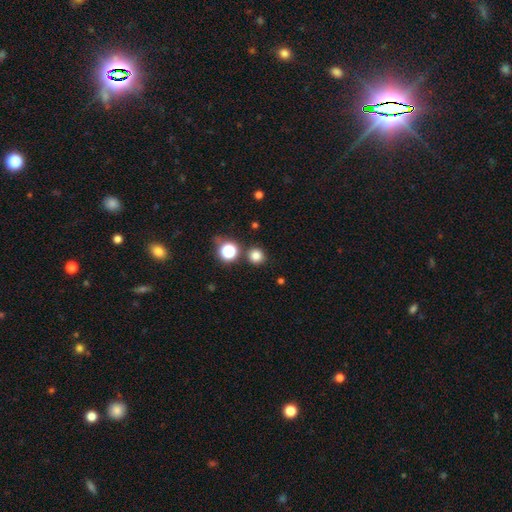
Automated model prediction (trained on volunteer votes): Smooth or featured? Predicted: smooth (p=0.81). How rounded? Predicted: round (p=0.93). Merging? Predicted: none (p=0.86).